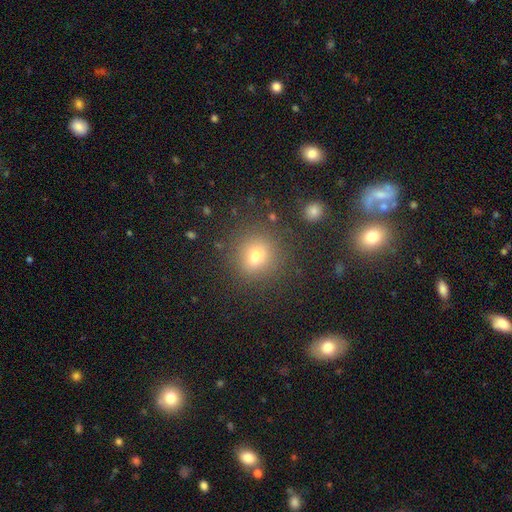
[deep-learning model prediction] Morphology: type=smooth (73%); roundness=round (75%); merging=none (82%).